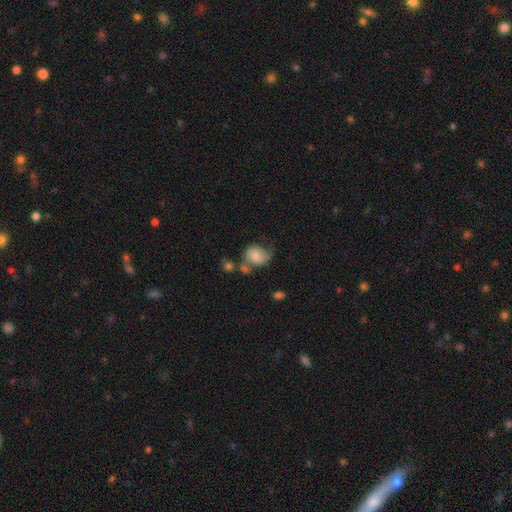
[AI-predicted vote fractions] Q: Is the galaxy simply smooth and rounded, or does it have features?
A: smooth — 57%.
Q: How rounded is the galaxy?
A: in between — 52%.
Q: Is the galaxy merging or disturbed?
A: none — 30%.